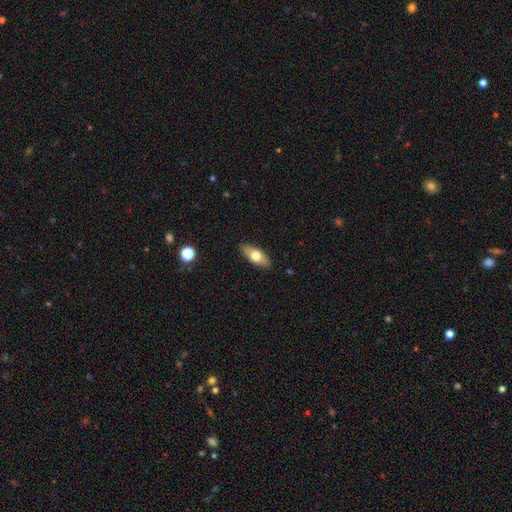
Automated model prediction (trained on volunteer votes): This is likely a smooth galaxy (64%). How rounded: likely in between (79%). Merging: clearly none (88%).